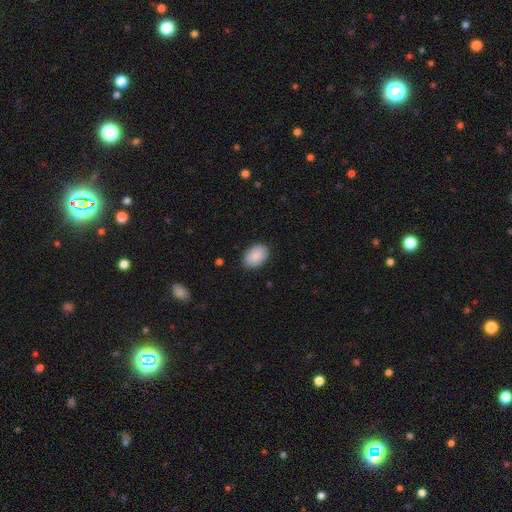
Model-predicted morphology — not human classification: Smooth or featured?
  - smooth: 88% *
  - star or artifact: 6%
  - featured or disk: 6%
How rounded?
  - in between: 89% *
  - round: 10%
  - cigar-shaped: 1%
Merging?
  - none: 87% *
  - minor disturbance: 10%
  - major disturbance: 2%
  - merger: 1%